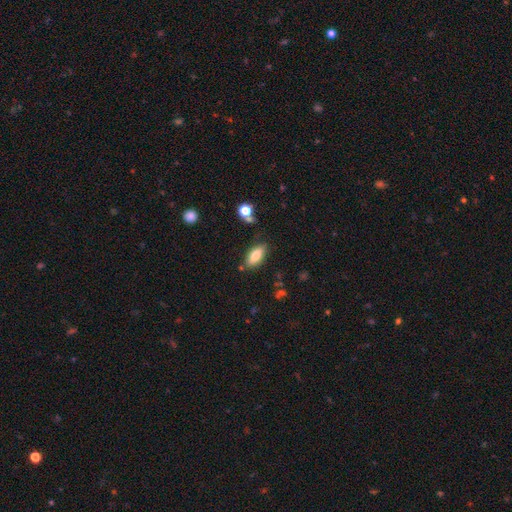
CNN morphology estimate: Smooth or featured: smooth — 75% (featured or disk — 17%)
How rounded: in between — 82% (cigar-shaped — 15%)
Merging: none — 79% (minor disturbance — 13%)